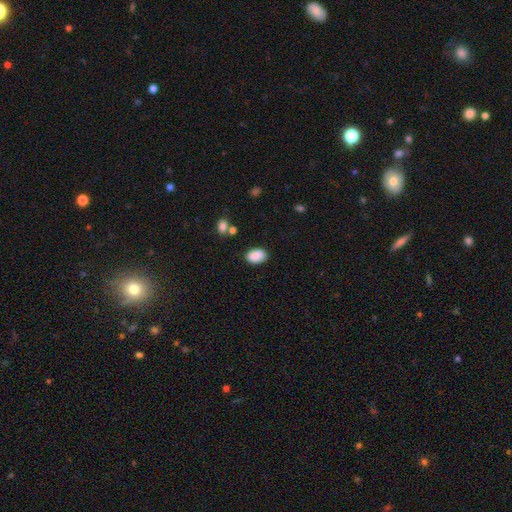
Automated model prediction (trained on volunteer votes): smooth_or_featured: smooth (p=0.89) [alt: star or artifact p=0.07]
how_rounded: in between (p=0.86) [alt: round p=0.13]
merging: none (p=0.83) [alt: minor disturbance p=0.11]